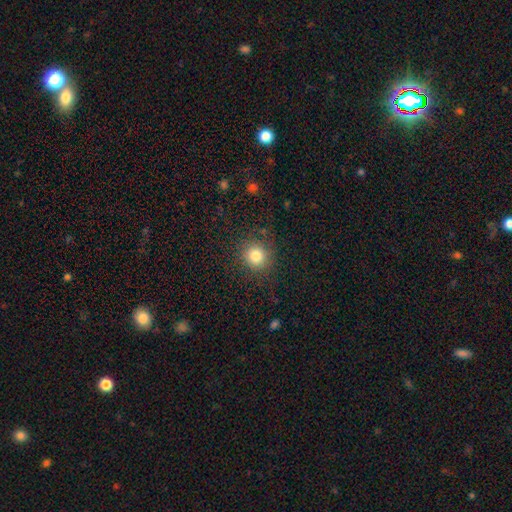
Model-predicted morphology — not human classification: smooth 82%, star or artifact 12%, featured or disk 7%. Down the decision tree: how rounded — round (89%); merging — none (86%).